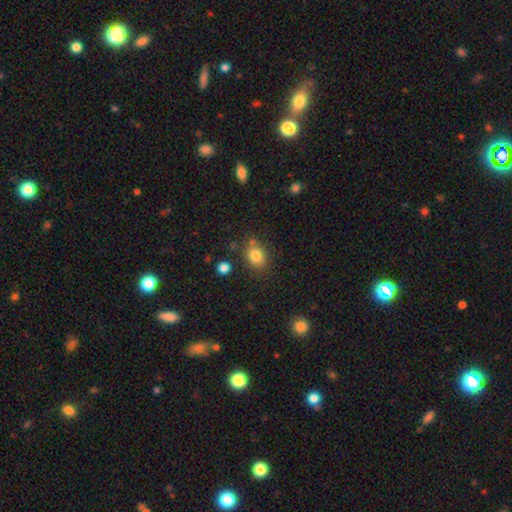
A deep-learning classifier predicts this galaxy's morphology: A smooth galaxy with no disk features (82%) that is round (53%). Merging: none (74%).